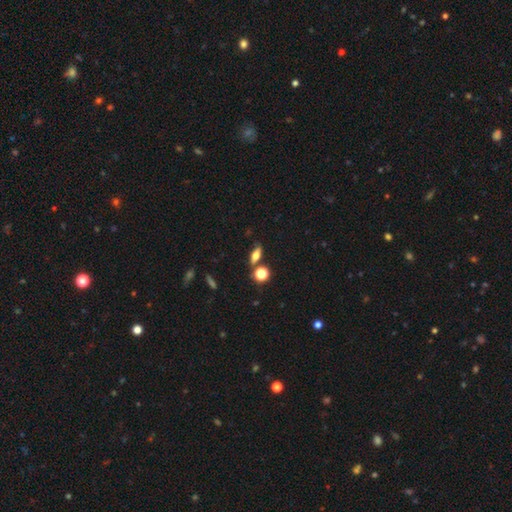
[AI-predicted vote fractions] smooth-or-featured: smooth: 61% | featured or disk: 25% | star or artifact: 13%
  how-rounded: in between: 63% | cigar-shaped: 22% | round: 15%
  merging: none: 71% | minor disturbance: 13% | merger: 12% | major disturbance: 4%